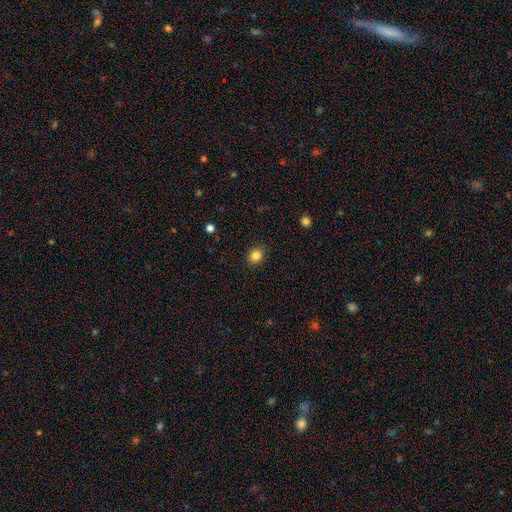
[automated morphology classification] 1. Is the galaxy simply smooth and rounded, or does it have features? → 84% smooth, 11% star or artifact, 5% featured or disk.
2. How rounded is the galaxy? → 66% round, 33% in between, 1% cigar-shaped.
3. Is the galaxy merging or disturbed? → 88% none, 8% minor disturbance, 2% major disturbance, 1% merger.